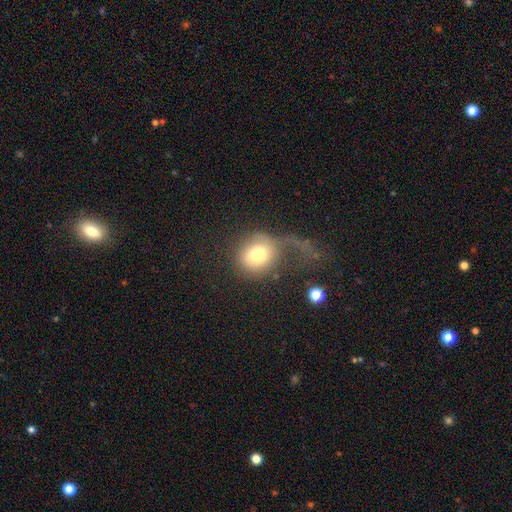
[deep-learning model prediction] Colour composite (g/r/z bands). It shows a smooth galaxy with no disk features (67%) that is round (71%). Merging: major disturbance (47%).